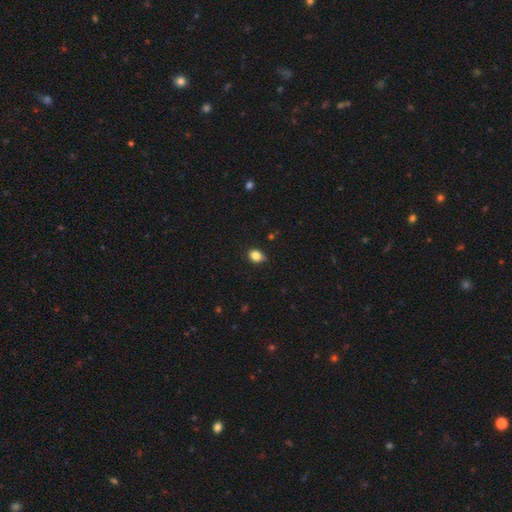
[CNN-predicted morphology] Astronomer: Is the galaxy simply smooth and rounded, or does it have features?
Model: smooth — 84%.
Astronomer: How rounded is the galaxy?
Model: in between — 67%.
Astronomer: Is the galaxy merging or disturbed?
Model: none — 78%.